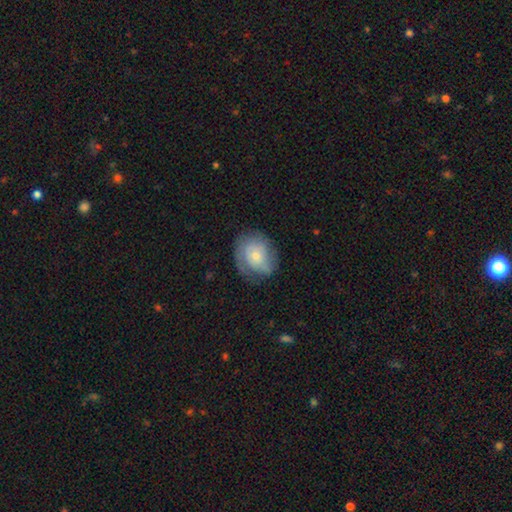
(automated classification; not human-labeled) Smooth or featured? Predicted: smooth (p=0.47). Merging? Predicted: none (p=0.64).